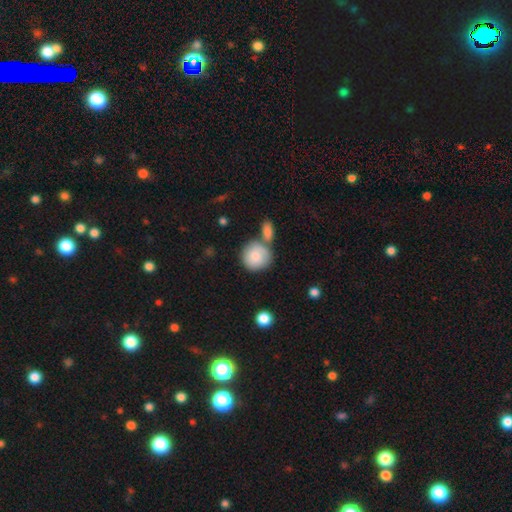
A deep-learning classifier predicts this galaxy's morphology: This appears to be a smooth galaxy with no disk features (80%) that is round (87%). Merging: none (49%).